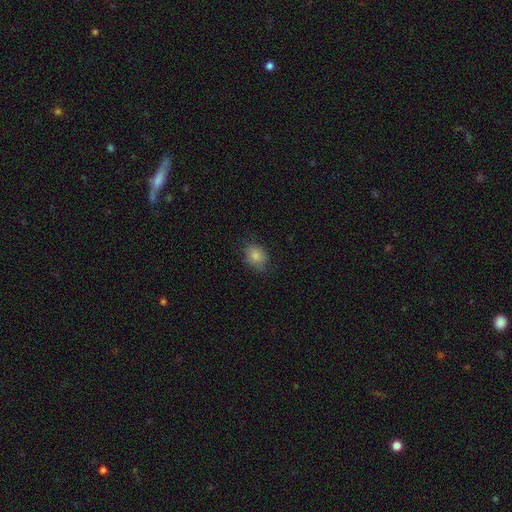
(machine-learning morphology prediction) Smooth or featured?
  - smooth: 84% *
  - star or artifact: 9%
  - featured or disk: 7%
How rounded?
  - round: 53% *
  - in between: 46%
  - cigar-shaped: 1%
Merging?
  - none: 73% *
  - minor disturbance: 21%
  - major disturbance: 5%
  - merger: 1%